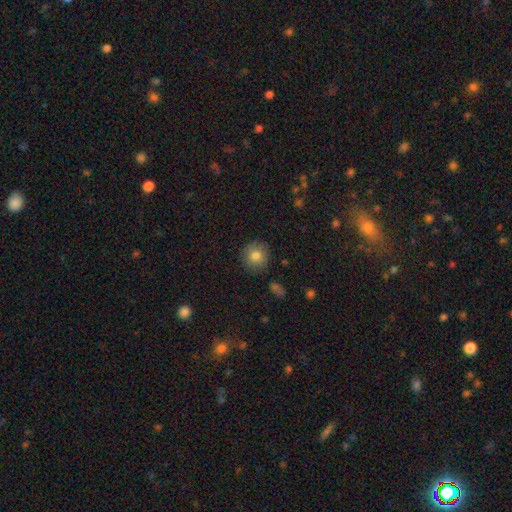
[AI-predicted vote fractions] The model was most divided on "smooth or featured": smooth: 80%, featured or disk: 10%, star or artifact: 10%. More confident: how rounded — round (92%); merging — none (86%).